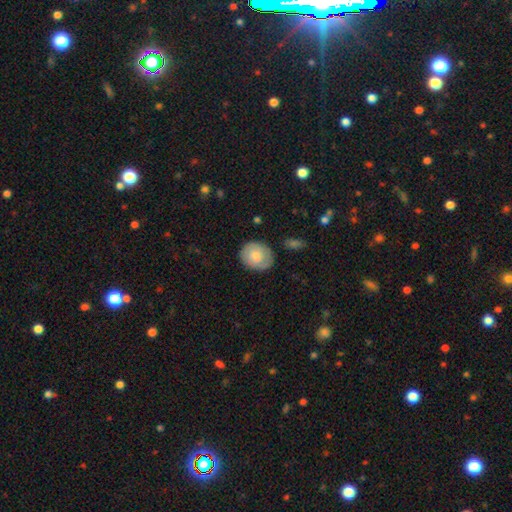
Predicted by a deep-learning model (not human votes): smooth_or_featured: smooth (p=0.73) [alt: featured or disk p=0.21]
how_rounded: round (p=0.67) [alt: in between p=0.32]
merging: none (p=0.80) [alt: minor disturbance p=0.14]